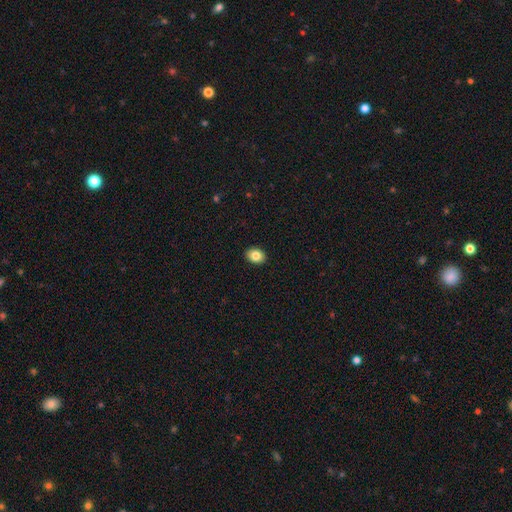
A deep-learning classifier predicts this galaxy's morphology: This is clearly a smooth galaxy (84%). How rounded: possibly in between (59%). Merging: clearly none (92%).